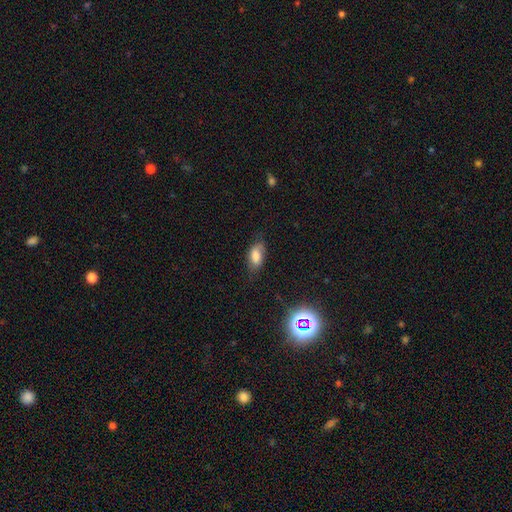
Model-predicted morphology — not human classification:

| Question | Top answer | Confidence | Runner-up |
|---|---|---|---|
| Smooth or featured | smooth | 74% | featured or disk (15%) |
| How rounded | in between | 90% | round (5%) |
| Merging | none | 61% | minor disturbance (29%) |